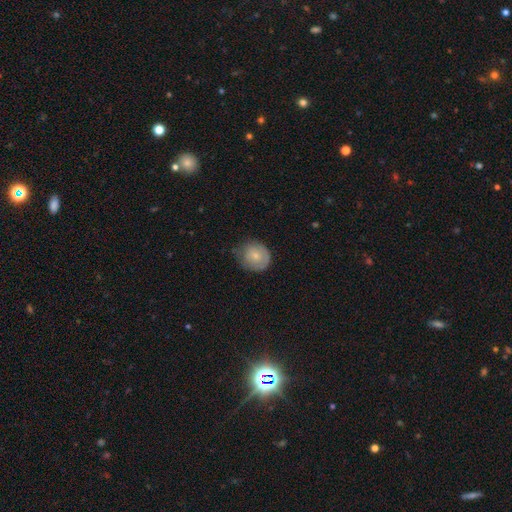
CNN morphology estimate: Smooth or featured: smooth — 70% (featured or disk — 23%)
How rounded: round — 80% (in between — 20%)
Merging: none — 56% (minor disturbance — 33%)